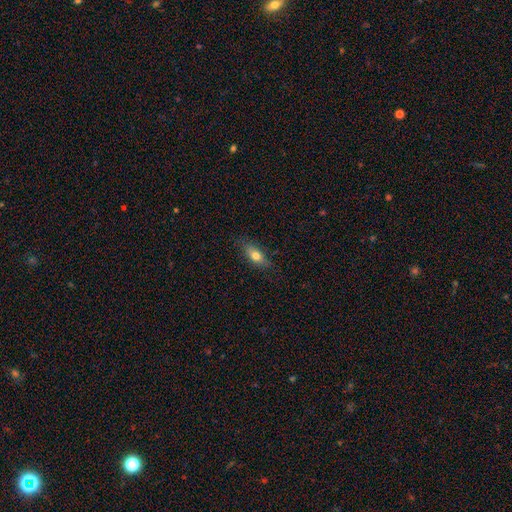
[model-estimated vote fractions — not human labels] This appears to be a smooth galaxy with no disk features (74%) that is in between round and cigar-shaped (79%). Merging: none (78%).